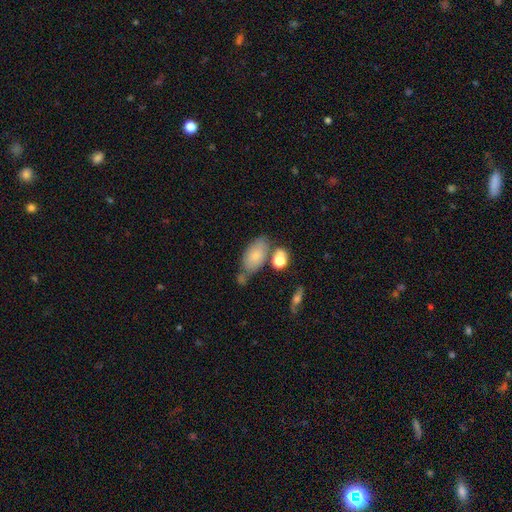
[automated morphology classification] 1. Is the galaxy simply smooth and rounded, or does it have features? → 74% smooth, 17% featured or disk, 8% star or artifact.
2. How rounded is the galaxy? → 91% in between, 6% round, 3% cigar-shaped.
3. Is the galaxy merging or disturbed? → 53% none, 21% minor disturbance, 19% merger, 7% major disturbance.